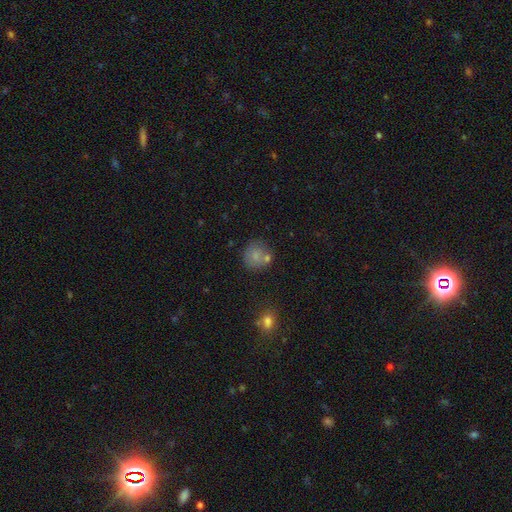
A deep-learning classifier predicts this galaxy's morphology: Smooth or featured? smooth (75%)
How rounded? round (87%)
Merging? none (62%)